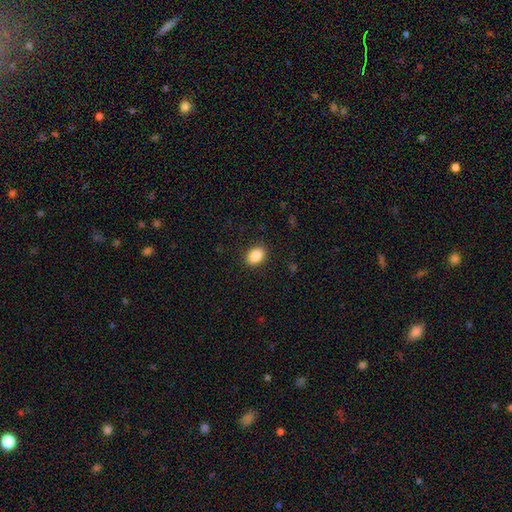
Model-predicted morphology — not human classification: Smooth or featured? Predicted: smooth (p=0.87). How rounded? Predicted: in between (p=0.73). Merging? Predicted: none (p=0.89).